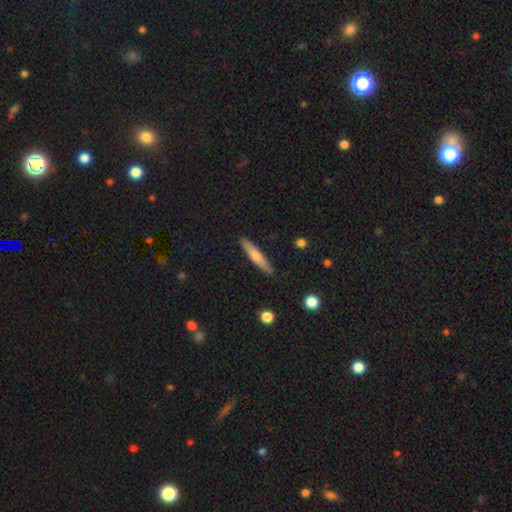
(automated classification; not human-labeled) smooth-or-featured: smooth: 63% | featured or disk: 31% | star or artifact: 6%
  how-rounded: cigar-shaped: 90% | in between: 8% | round: 1%
  merging: none: 88% | minor disturbance: 9% | major disturbance: 2% | merger: 1%